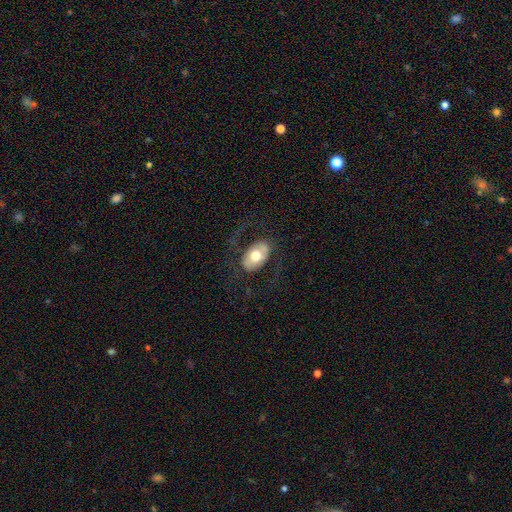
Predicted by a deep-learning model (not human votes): Smooth or featured? featured or disk (51%)
Edge-on disk? no (91%)
Merging? none (68%)